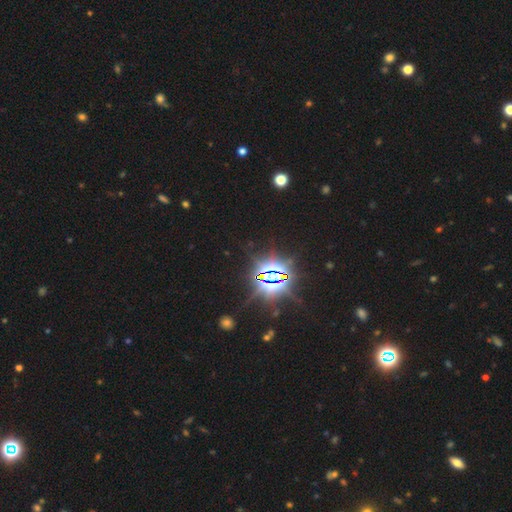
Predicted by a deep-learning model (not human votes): Morphology: type=star or artifact (85%).